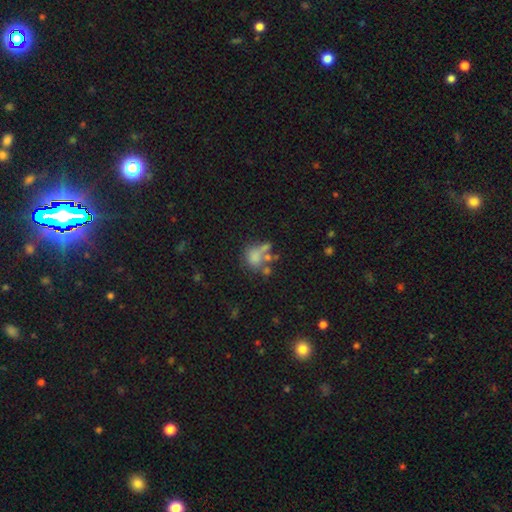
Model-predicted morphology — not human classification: This is likely a smooth galaxy (62%). How rounded: possibly round (51%). Merging: marginally merger (34%).